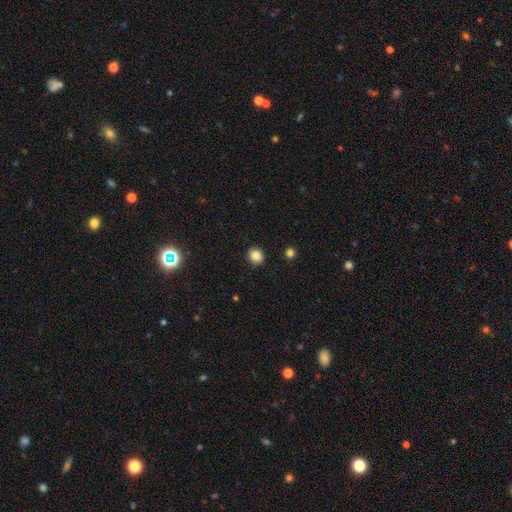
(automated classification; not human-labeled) The model was most divided on "how rounded": round: 84%, in between: 16%, cigar-shaped: 1%. More confident: merging — none (91%); smooth or featured — smooth (84%).